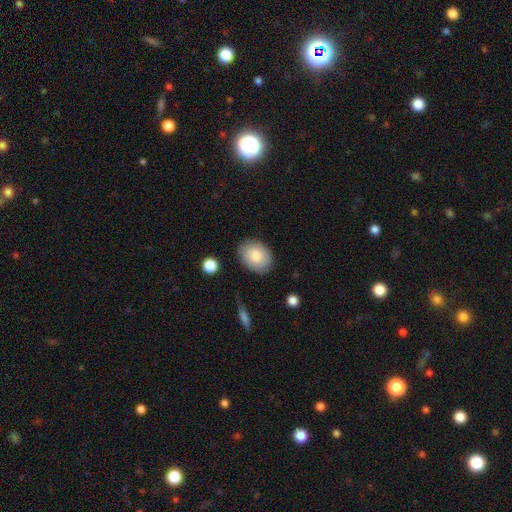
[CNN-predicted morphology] Overall: smooth (81%). How rounded: in between (63%; round 36%). Merging: none (83%).